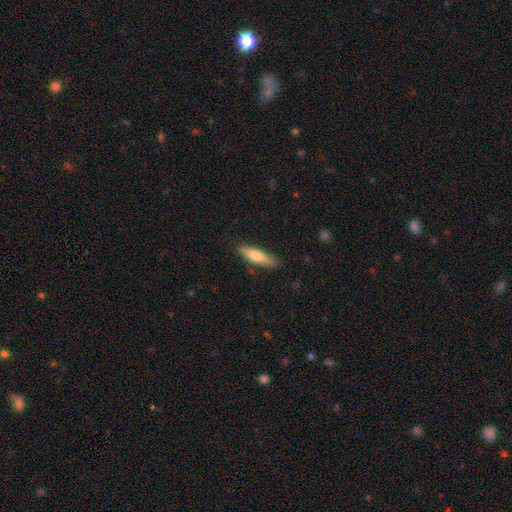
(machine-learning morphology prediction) smooth_or_featured: smooth (p=0.70) [alt: featured or disk p=0.24]
how_rounded: cigar-shaped (p=0.64) [alt: in between p=0.34]
merging: none (p=0.84) [alt: minor disturbance p=0.12]